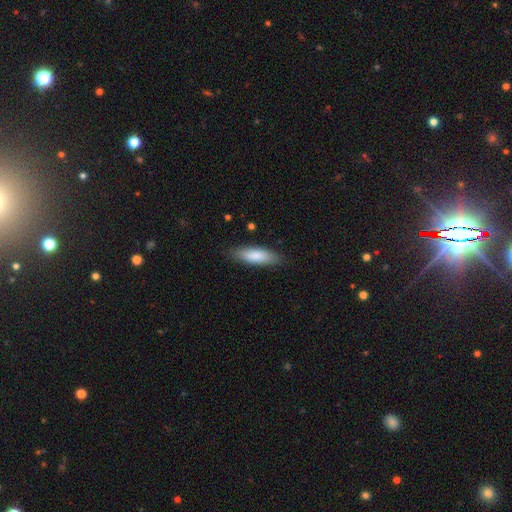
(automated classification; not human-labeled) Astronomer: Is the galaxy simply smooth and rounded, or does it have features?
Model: smooth — 84%.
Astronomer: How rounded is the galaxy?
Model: in between — 51% (runner-up: cigar-shaped, 48%).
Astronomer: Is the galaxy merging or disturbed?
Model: none — 85%.